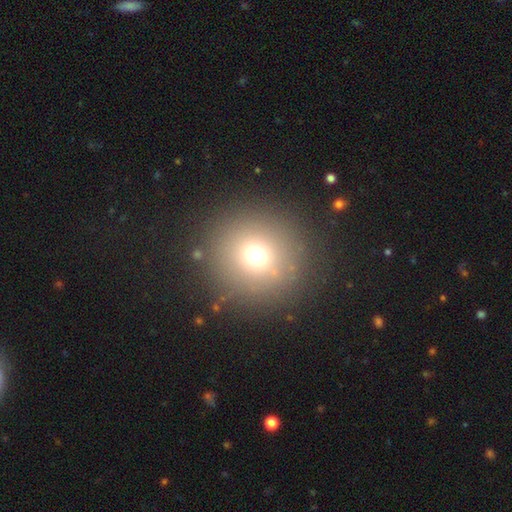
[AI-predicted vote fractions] Morphology: type=smooth (68%); roundness=round (95%); merging=none (88%).